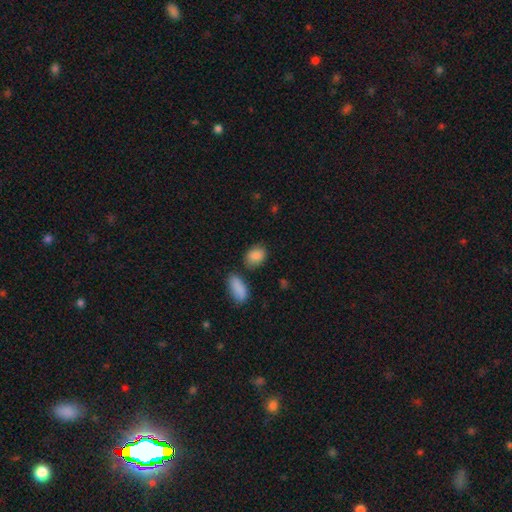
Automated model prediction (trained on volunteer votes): Q: Smooth or featured?
A: smooth (87%); runner-up: star or artifact (8%)
Q: How rounded?
A: in between (74%); runner-up: round (24%)
Q: Merging?
A: none (72%); runner-up: minor disturbance (15%)